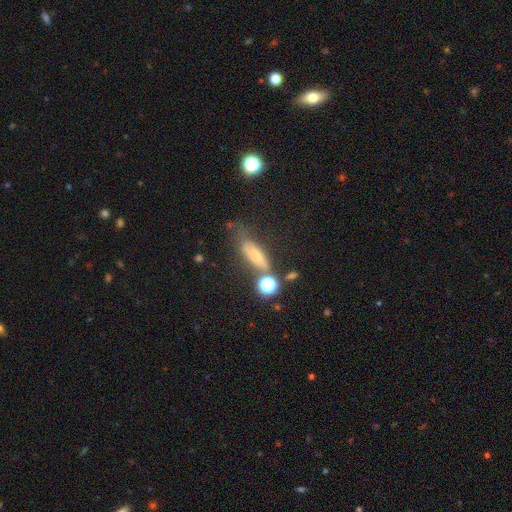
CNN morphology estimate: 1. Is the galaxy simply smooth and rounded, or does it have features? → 62% smooth, 21% featured or disk, 17% star or artifact.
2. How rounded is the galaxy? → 50% cigar-shaped, 42% in between, 8% round.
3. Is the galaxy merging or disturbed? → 50% none, 24% minor disturbance, 14% major disturbance, 11% merger.